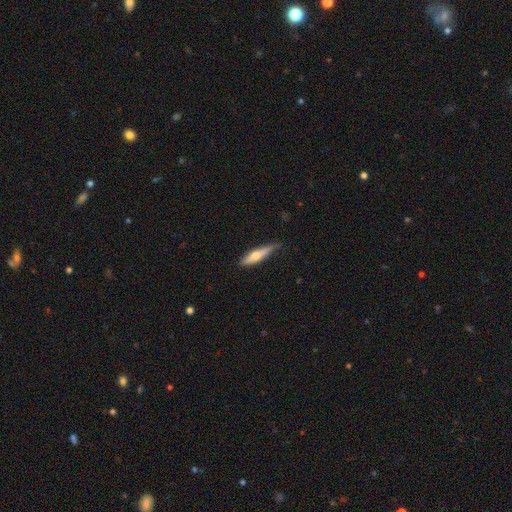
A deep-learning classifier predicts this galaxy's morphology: type=smooth (54%); roundness=cigar-shaped (76%); merging=none (70%).